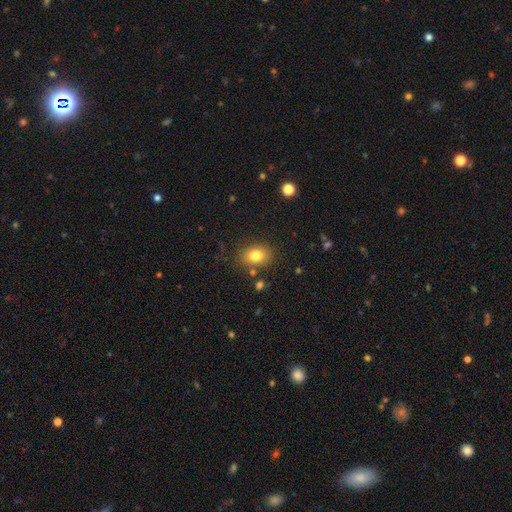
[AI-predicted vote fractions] Q: Smooth or featured?
A: smooth (80%); runner-up: star or artifact (11%)
Q: How rounded?
A: in between (65%); runner-up: round (34%)
Q: Merging?
A: none (82%); runner-up: minor disturbance (11%)